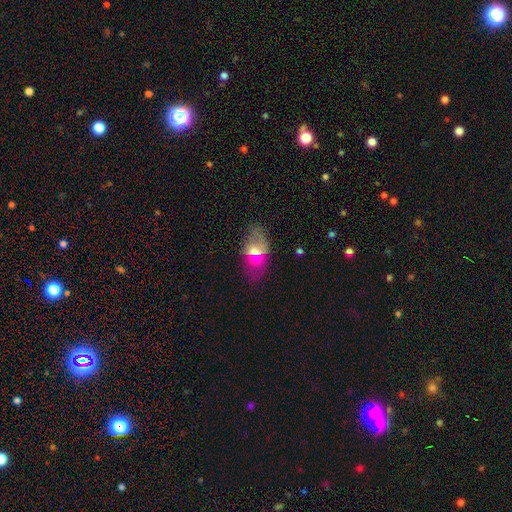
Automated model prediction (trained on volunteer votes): Smooth or featured: smooth — 53% (featured or disk — 33%)
How rounded: in between — 88% (round — 6%)
Merging: none — 77% (minor disturbance — 14%)